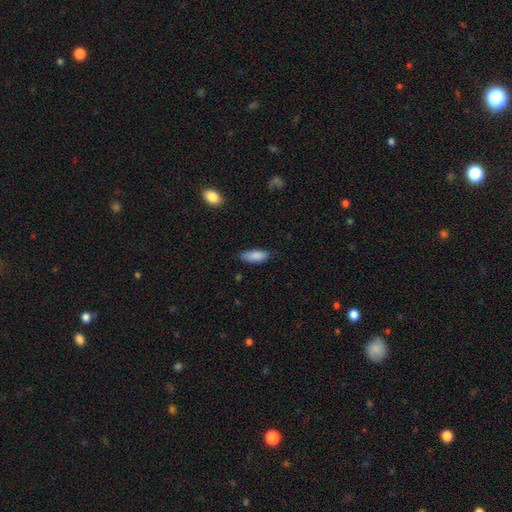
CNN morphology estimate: smooth 87%, star or artifact 6%, featured or disk 6%. Down the decision tree: how rounded — in between (77%); merging — none (77%).